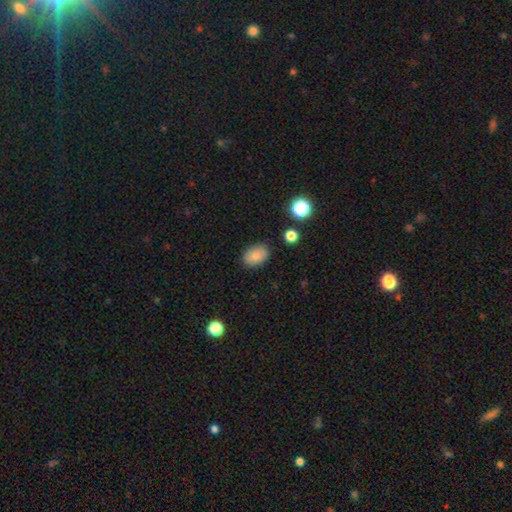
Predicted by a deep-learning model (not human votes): Smooth or featured? smooth (84%)
How rounded? in between (85%)
Merging? none (84%)